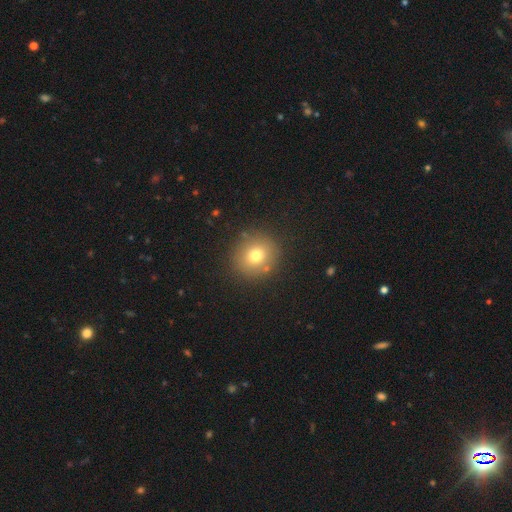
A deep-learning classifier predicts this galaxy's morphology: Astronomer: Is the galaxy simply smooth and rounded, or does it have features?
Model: smooth — 74%.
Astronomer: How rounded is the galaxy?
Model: round — 89%.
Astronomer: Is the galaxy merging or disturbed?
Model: none — 86%.